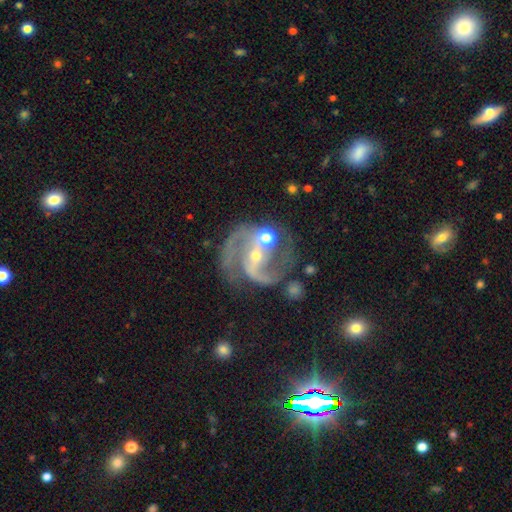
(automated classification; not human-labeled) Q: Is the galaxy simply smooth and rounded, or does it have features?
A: featured or disk — 88%.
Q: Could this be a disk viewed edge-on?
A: no — 98%.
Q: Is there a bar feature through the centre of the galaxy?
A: weak — 38%.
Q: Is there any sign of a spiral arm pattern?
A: yes — 96%.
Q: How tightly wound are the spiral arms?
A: medium — 55%.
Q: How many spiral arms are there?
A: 2 — 77%.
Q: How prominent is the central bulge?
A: small — 62%.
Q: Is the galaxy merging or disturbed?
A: none — 44%.